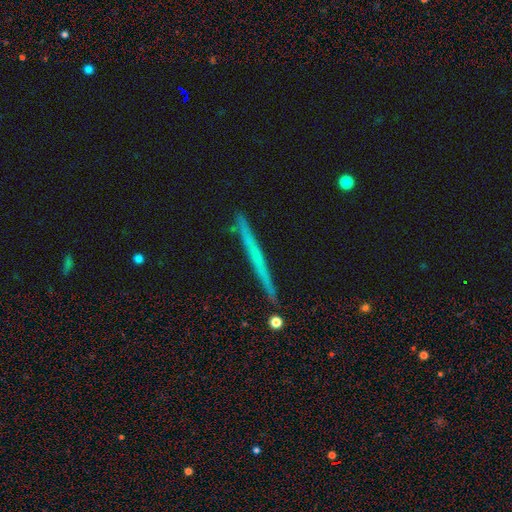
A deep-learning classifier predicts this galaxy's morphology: This is possibly a featured or disk galaxy (53%). It is clearly viewed edge-on (97%). Edge-on bulge: clearly none (89%). Merging: clearly none (89%).